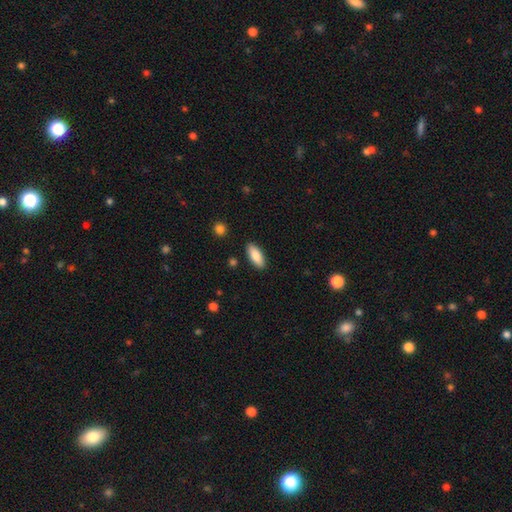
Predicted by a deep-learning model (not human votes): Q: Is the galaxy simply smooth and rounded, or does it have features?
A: smooth — 84%.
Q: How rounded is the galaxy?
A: in between — 79%.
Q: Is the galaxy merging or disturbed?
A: none — 88%.